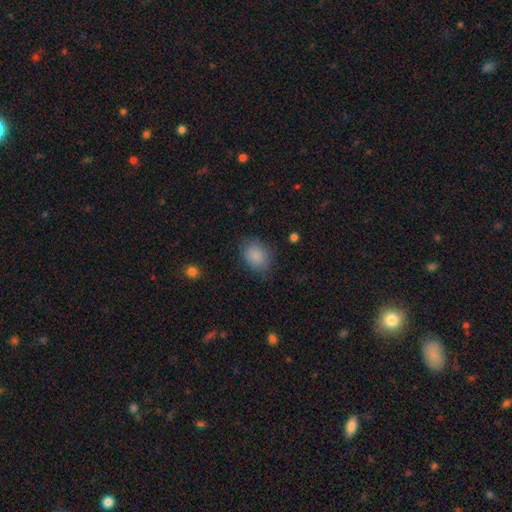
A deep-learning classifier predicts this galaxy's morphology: Smooth or featured: smooth — 87% (star or artifact — 8%)
How rounded: in between — 55% (round — 44%)
Merging: none — 77% (minor disturbance — 17%)